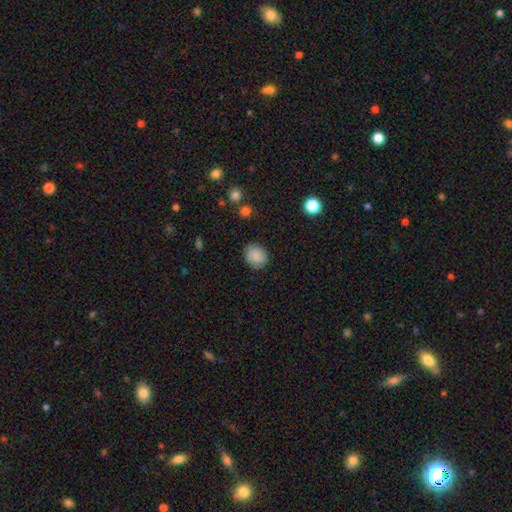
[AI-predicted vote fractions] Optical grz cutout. It shows a smooth galaxy with no disk features (86%) that is round (68%). Merging: none (84%).